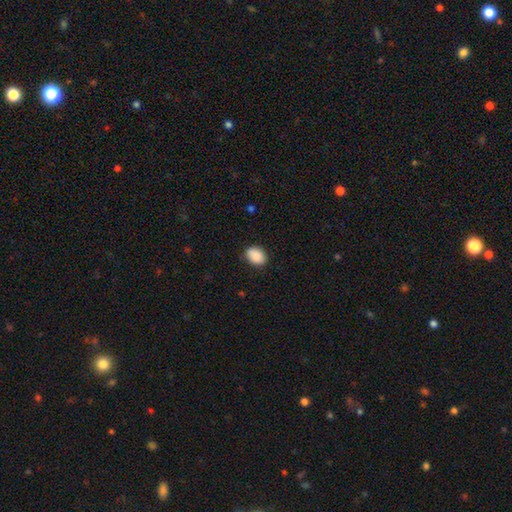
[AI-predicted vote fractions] A smooth galaxy with no disk features (89%) that is in between round and cigar-shaped (77%). Merging: none (83%).